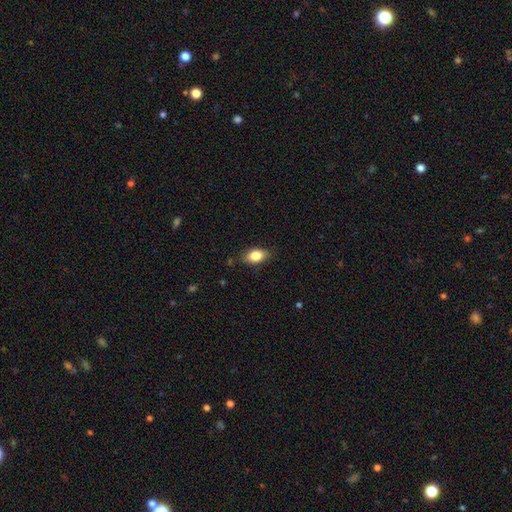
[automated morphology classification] Smooth or featured: smooth — 83% (featured or disk — 9%)
How rounded: in between — 87% (round — 10%)
Merging: none — 83% (minor disturbance — 13%)